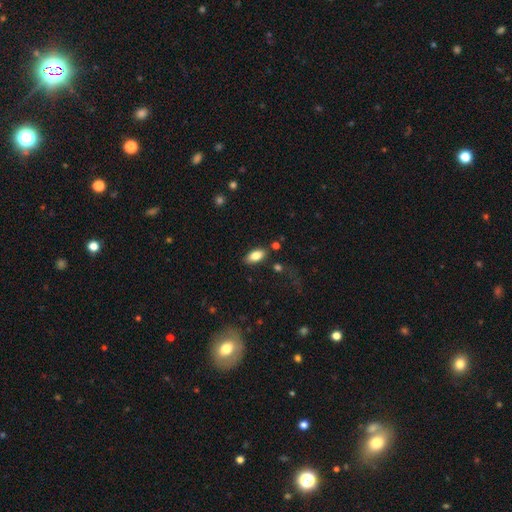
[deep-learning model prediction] This appears to be a smooth galaxy with no disk features (81%) that is in between round and cigar-shaped (91%). Merging: none (82%).